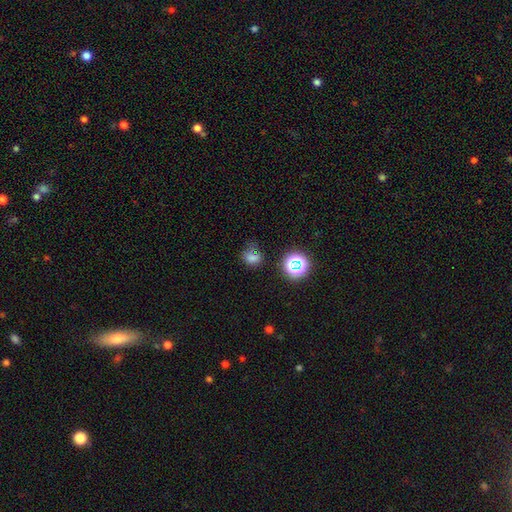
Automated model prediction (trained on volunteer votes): This is possibly a smooth galaxy (56%). How rounded: likely round (60%). Merging: possibly none (56%).